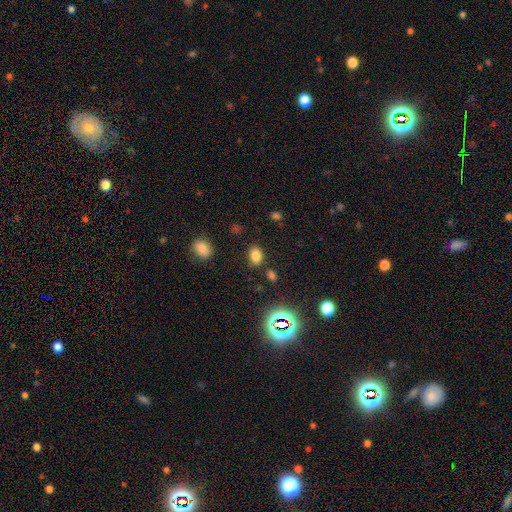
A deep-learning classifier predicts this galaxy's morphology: Smooth or featured? Predicted: smooth (p=0.78). How rounded? Predicted: in between (p=0.85). Merging? Predicted: none (p=0.81).